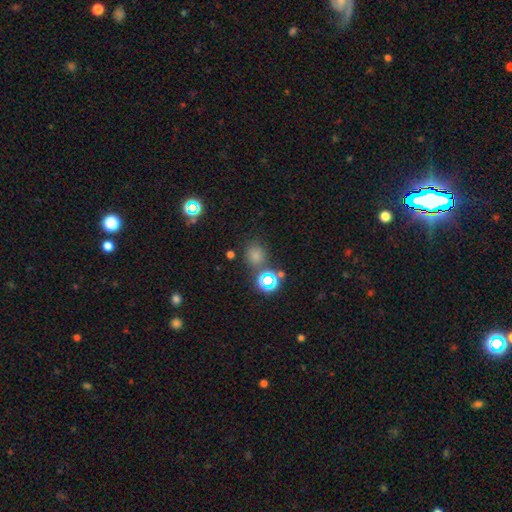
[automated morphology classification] Q: Smooth or featured?
A: smooth (69%); runner-up: star or artifact (26%)
Q: How rounded?
A: round (79%); runner-up: in between (20%)
Q: Merging?
A: none (74%); runner-up: merger (11%)